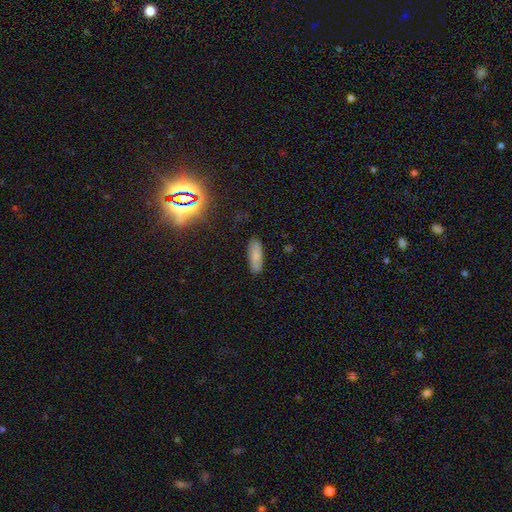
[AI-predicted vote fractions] Overall: smooth (83%). How rounded: in between (61%; cigar-shaped 37%). Merging: none (88%).